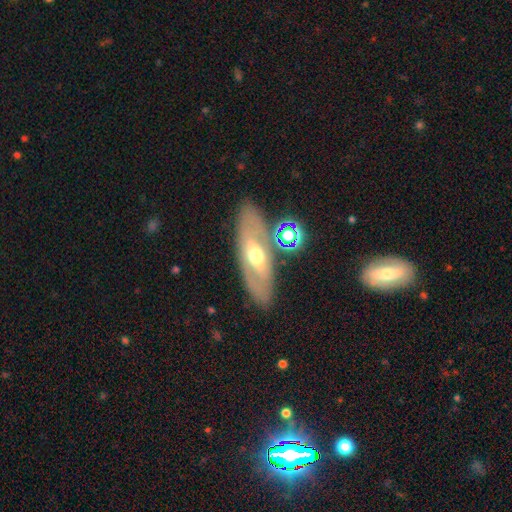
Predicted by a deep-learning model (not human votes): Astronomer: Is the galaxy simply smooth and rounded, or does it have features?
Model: featured or disk — 64%.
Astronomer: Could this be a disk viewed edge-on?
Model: no — 72%.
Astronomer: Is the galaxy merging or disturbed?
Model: none — 80%.